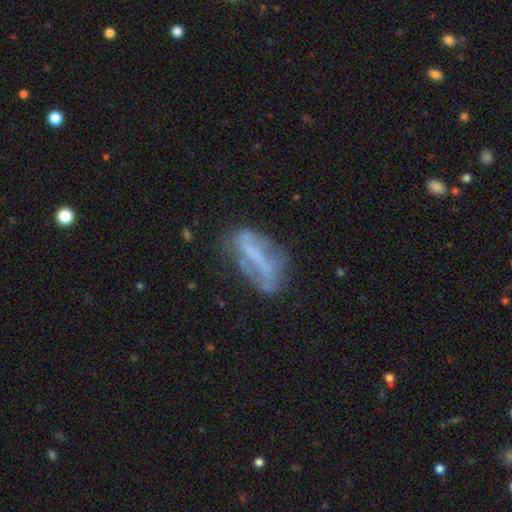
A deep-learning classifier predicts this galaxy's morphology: smooth-or-featured: featured or disk: 59% | smooth: 30% | star or artifact: 11%
  disk-edge-on: no: 82% | yes: 18%
  merging: none: 54% | minor disturbance: 25% | major disturbance: 16% | merger: 6%